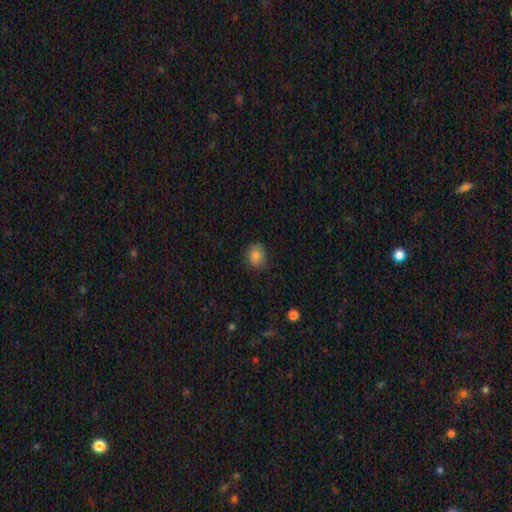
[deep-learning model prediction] A smooth galaxy with no disk features (83%) that is round (64%). Merging: none (75%).